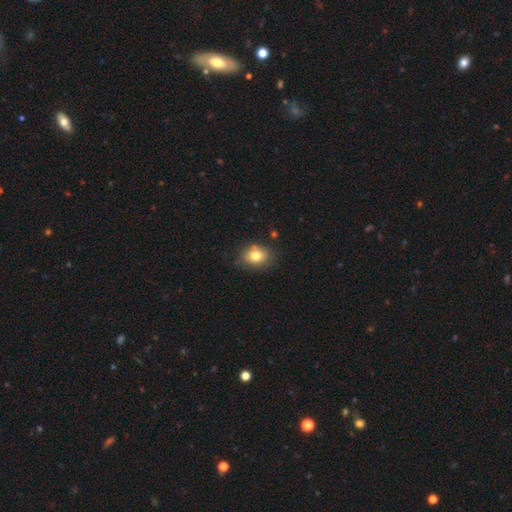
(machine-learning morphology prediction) A smooth galaxy with no disk features (80%) that is round (50%).

Vote fractions:
- Smooth or featured? smooth: 80% / star or artifact: 10% / featured or disk: 10%
- How rounded? round: 50% / in between: 49% / cigar-shaped: 1%
- Merging? none: 78% / minor disturbance: 16% / major disturbance: 3% / merger: 3%